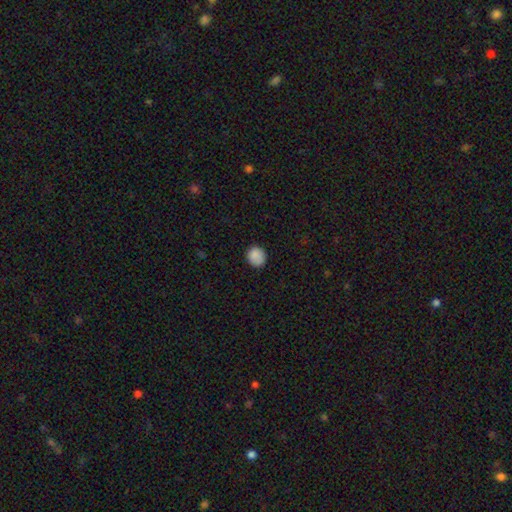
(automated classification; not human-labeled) smooth-or-featured: smooth: 87% | star or artifact: 9% | featured or disk: 4%
  how-rounded: round: 80% | in between: 19% | cigar-shaped: 1%
  merging: none: 85% | minor disturbance: 11% | major disturbance: 2% | merger: 1%